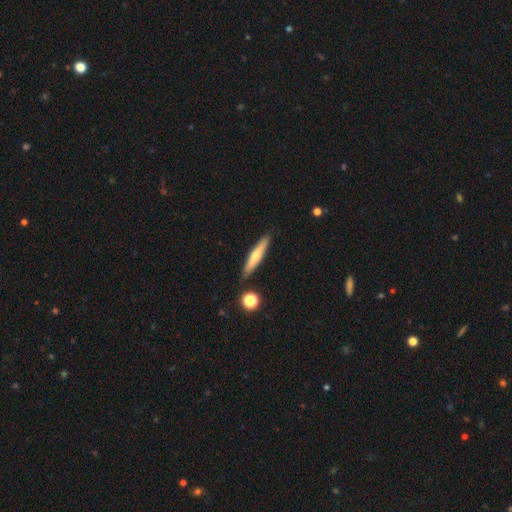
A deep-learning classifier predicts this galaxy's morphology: A smooth galaxy with no disk features (53%) that is cigar-shaped (90%).

Vote fractions:
- Smooth or featured? smooth: 53% / featured or disk: 40% / star or artifact: 6%
- How rounded? cigar-shaped: 90% / in between: 9% / round: 2%
- Merging? none: 88% / minor disturbance: 8% / merger: 3% / major disturbance: 2%